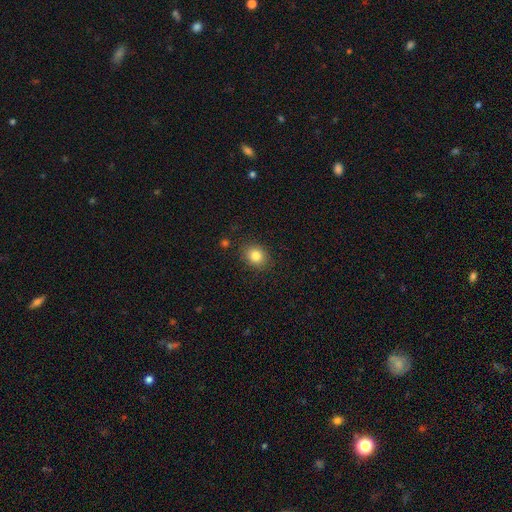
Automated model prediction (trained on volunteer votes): smooth-or-featured: smooth: 83% | star or artifact: 11% | featured or disk: 7%
  how-rounded: round: 66% | in between: 33% | cigar-shaped: 1%
  merging: none: 87% | minor disturbance: 9% | major disturbance: 3% | merger: 2%